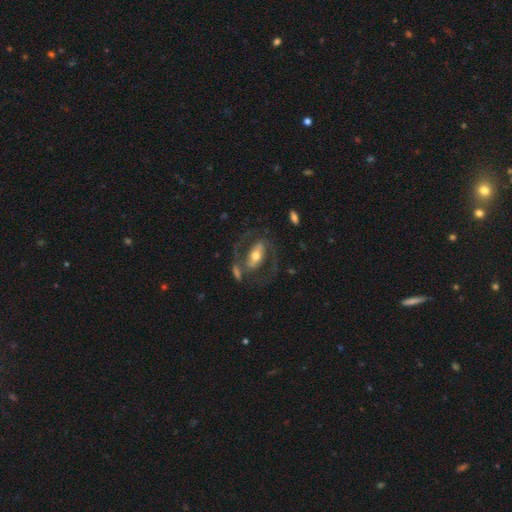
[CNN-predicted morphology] smooth-or-featured: featured or disk: 76% | smooth: 18% | star or artifact: 6%
  disk-edge-on: no: 94% | yes: 6%
    bar: strong: 45% | weak: 29% | no: 26%
    has-spiral-arms: yes: 78% | no: 22%
      spiral-winding: medium: 53% | tight: 25% | loose: 22%
      spiral-arm-count: 2: 86% | can't tell: 7% | 1: 4% | 3: 1% | 4: 1% | more than 4: 1%
    bulge-size: moderate: 66% | small: 19% | large: 12% | dominant: 2% | none: 1%
  merging: none: 60% | major disturbance: 17% | minor disturbance: 15% | merger: 8%